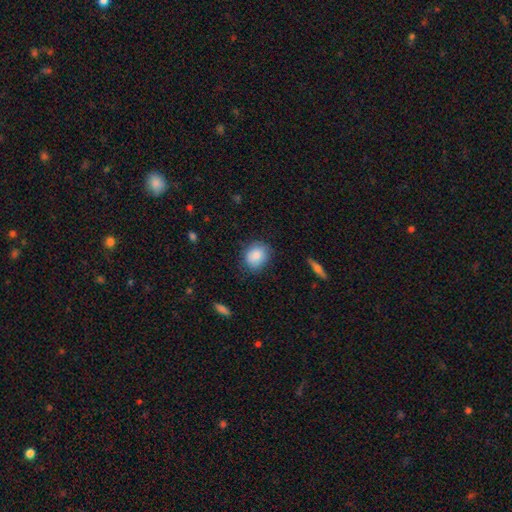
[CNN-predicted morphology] smooth_or_featured: smooth (p=0.85) [alt: featured or disk p=0.08]
how_rounded: round (p=0.58) [alt: in between p=0.41]
merging: none (p=0.75) [alt: minor disturbance p=0.19]